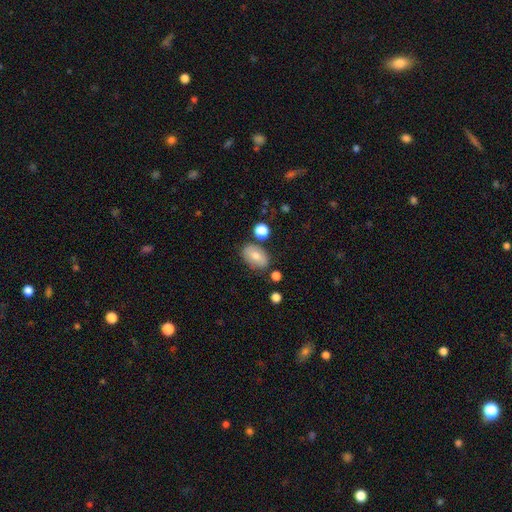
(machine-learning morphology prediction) Smooth or featured: smooth — 73% (featured or disk — 19%)
How rounded: in between — 87% (round — 11%)
Merging: none — 74% (minor disturbance — 16%)